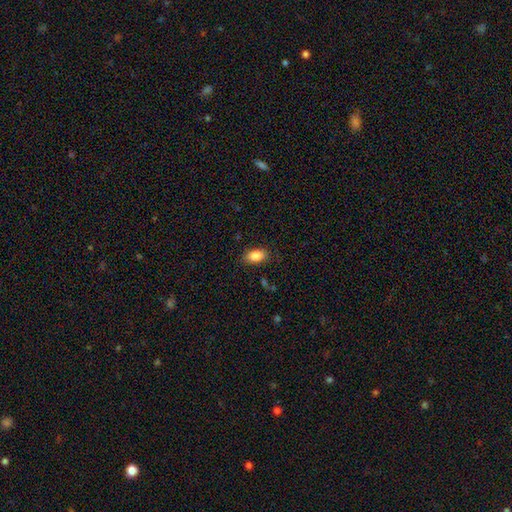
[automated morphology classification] A smooth galaxy with no disk features (87%) that is in between round and cigar-shaped (90%).

Vote fractions:
- Smooth or featured? smooth: 87% / star or artifact: 8% / featured or disk: 5%
- How rounded? in between: 90% / round: 7% / cigar-shaped: 2%
- Merging? none: 85% / minor disturbance: 11% / major disturbance: 3% / merger: 1%